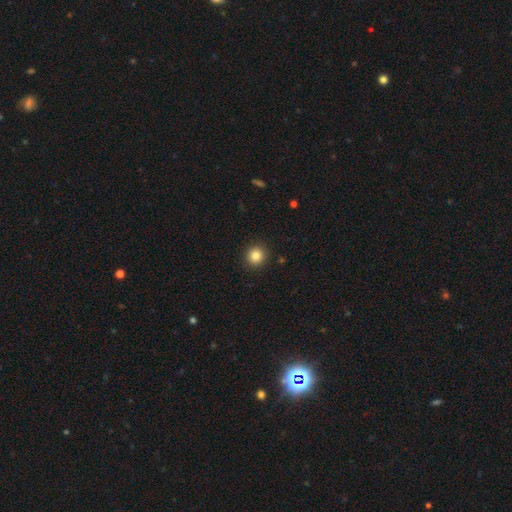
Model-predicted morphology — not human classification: Q: Smooth or featured?
A: smooth (84%); runner-up: star or artifact (10%)
Q: How rounded?
A: round (91%); runner-up: in between (8%)
Q: Merging?
A: none (92%); runner-up: minor disturbance (5%)